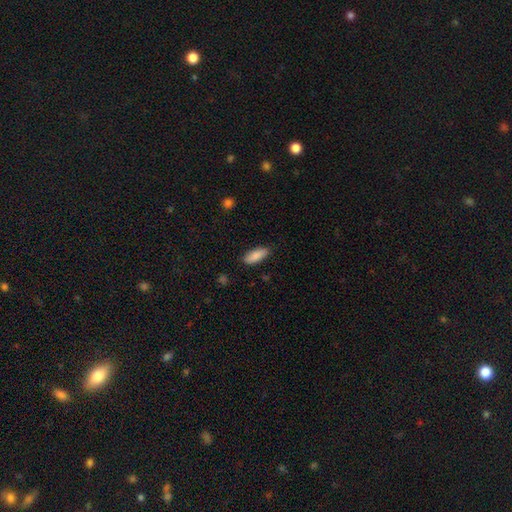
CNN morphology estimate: Smooth or featured? Predicted: smooth (p=0.88). How rounded? Predicted: in between (p=0.76). Merging? Predicted: none (p=0.86).